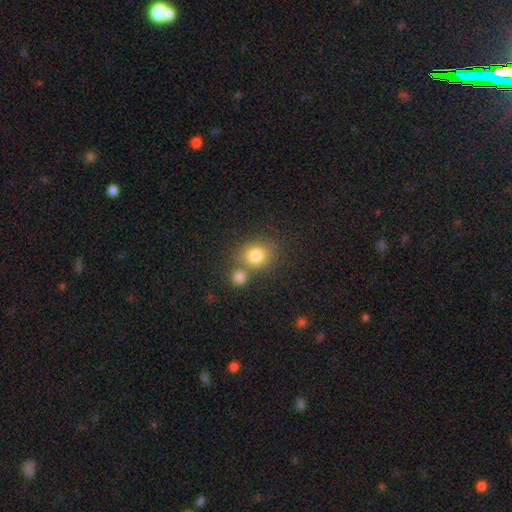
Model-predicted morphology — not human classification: type=smooth (79%); roundness=round (73%); merging=none (56%).